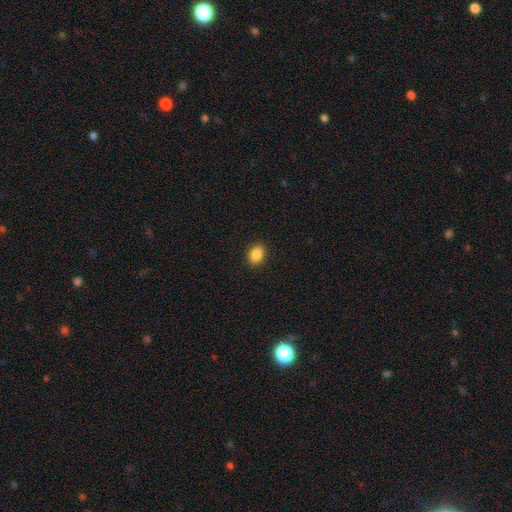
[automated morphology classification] Overall: smooth (88%). How rounded: in between (65%; round 34%). Merging: none (90%).